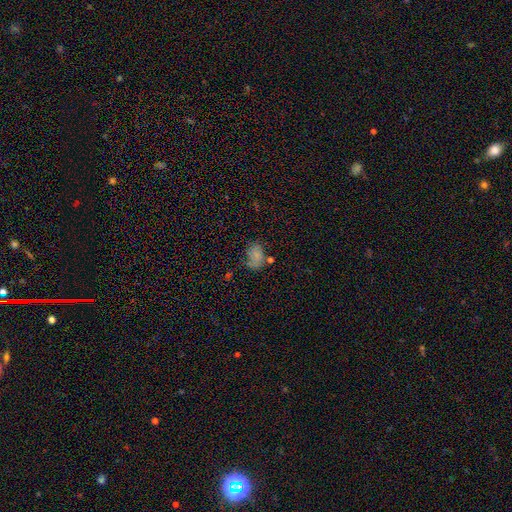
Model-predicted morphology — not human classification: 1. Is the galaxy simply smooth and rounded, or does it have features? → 65% smooth, 18% star or artifact, 17% featured or disk.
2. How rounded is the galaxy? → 76% in between, 22% round, 1% cigar-shaped.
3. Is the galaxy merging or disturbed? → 53% none, 26% minor disturbance, 12% major disturbance, 9% merger.